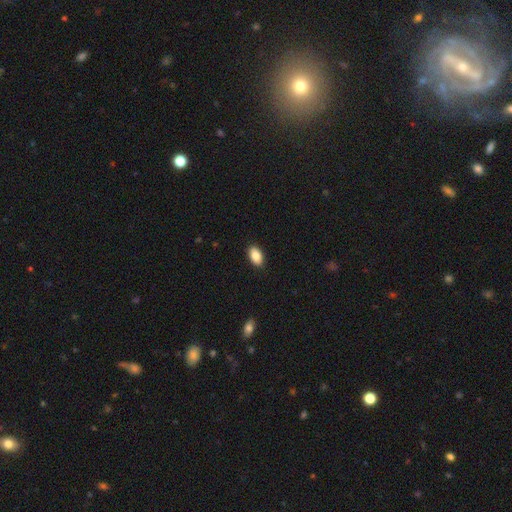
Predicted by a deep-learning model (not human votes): The model was most divided on "smooth or featured": smooth: 86%, featured or disk: 7%, star or artifact: 7%. More confident: how rounded — in between (93%); merging — none (90%).